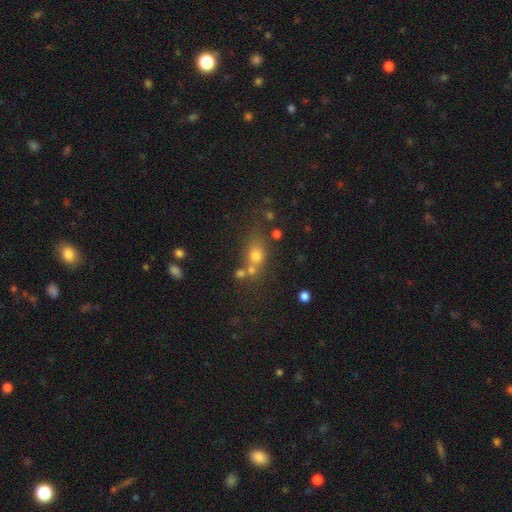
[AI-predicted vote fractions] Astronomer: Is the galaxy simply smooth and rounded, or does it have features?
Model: smooth — 61%.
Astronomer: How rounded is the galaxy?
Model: round — 57% (runner-up: in between, 38%).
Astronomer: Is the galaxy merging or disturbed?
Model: none — 51% (runner-up: merger, 30%).